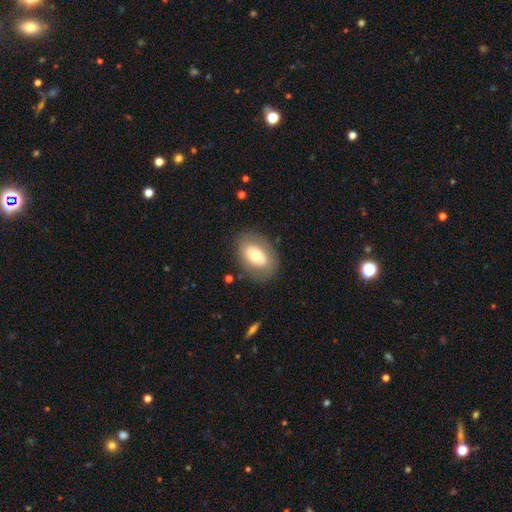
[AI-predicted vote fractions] This is likely a smooth galaxy (63%). How rounded: clearly in between (83%). Merging: clearly none (81%).